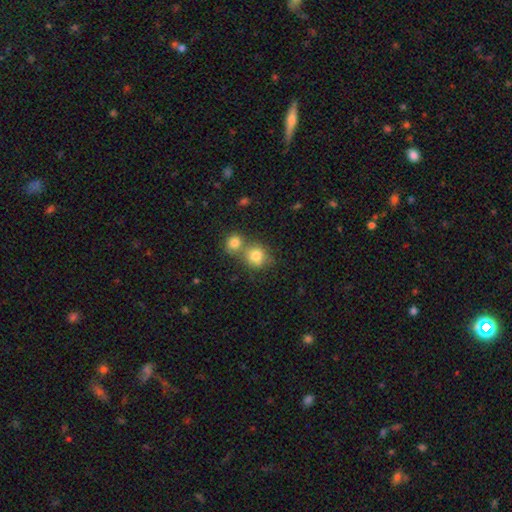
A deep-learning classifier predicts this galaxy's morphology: Q: Smooth or featured?
A: smooth (80%); runner-up: star or artifact (10%)
Q: How rounded?
A: round (79%); runner-up: in between (20%)
Q: Merging?
A: merger (45%); runner-up: none (41%)